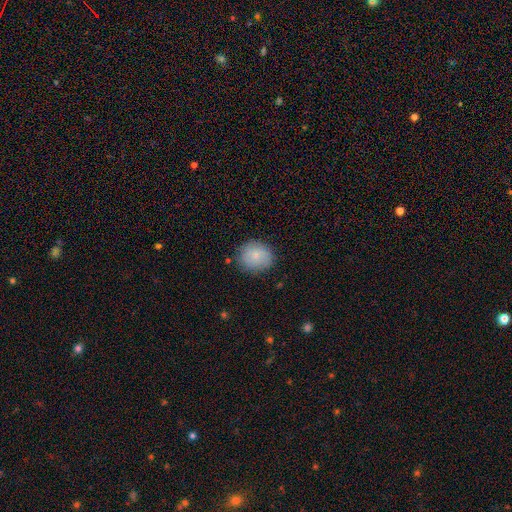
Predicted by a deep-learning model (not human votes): Smooth or featured? smooth (81%)
How rounded? round (77%)
Merging? none (83%)